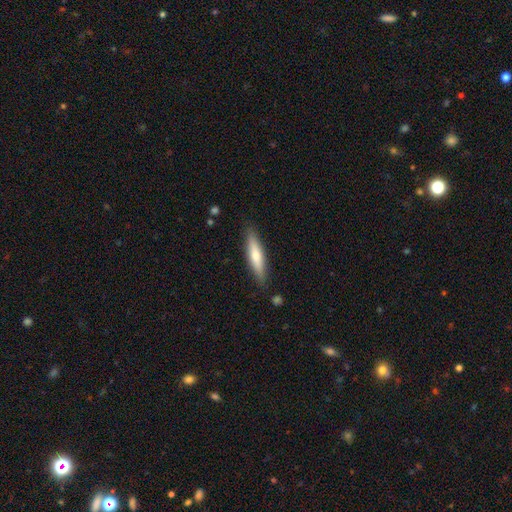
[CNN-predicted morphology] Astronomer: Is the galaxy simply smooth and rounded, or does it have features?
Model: smooth — 64%.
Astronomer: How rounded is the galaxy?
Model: cigar-shaped — 80%.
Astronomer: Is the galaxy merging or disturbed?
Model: none — 86%.